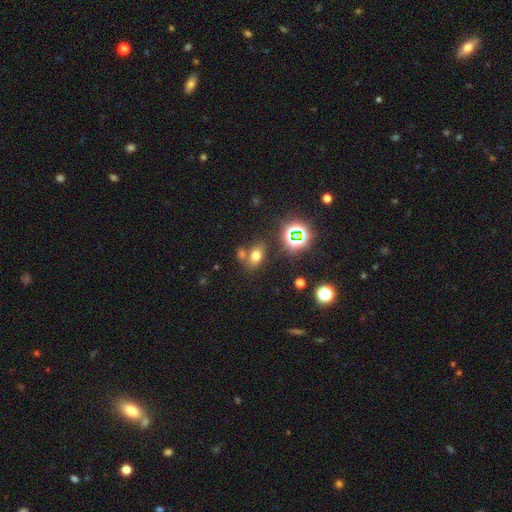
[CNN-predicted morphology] Smooth or featured? Predicted: smooth (p=0.65). How rounded? Predicted: in between (p=0.73). Merging? Predicted: none (p=0.60).